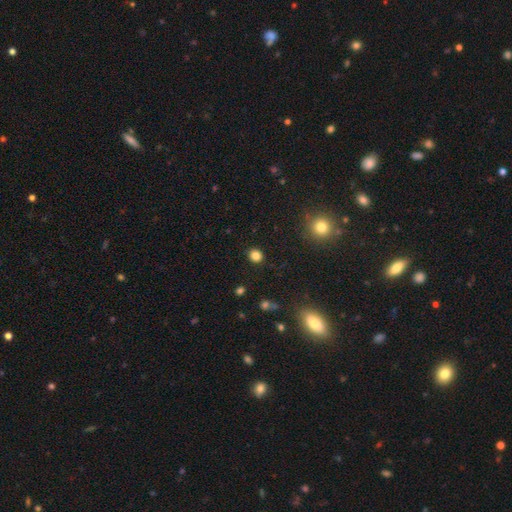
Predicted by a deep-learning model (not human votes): The model was most divided on "how rounded": round: 78%, in between: 21%, cigar-shaped: 1%. More confident: merging — none (90%); smooth or featured — smooth (83%).